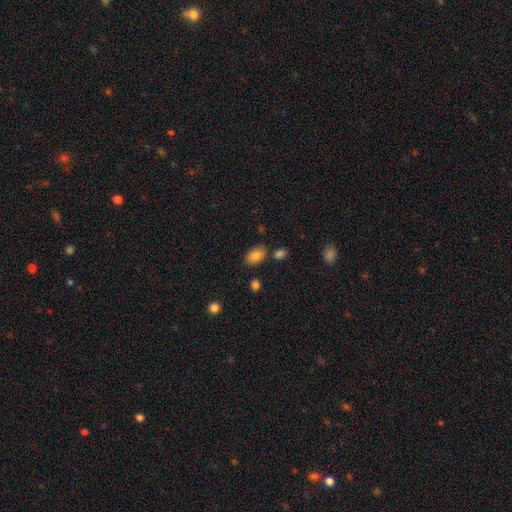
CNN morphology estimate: This is clearly a smooth galaxy (83%). How rounded: clearly in between (90%). Merging: likely none (77%).